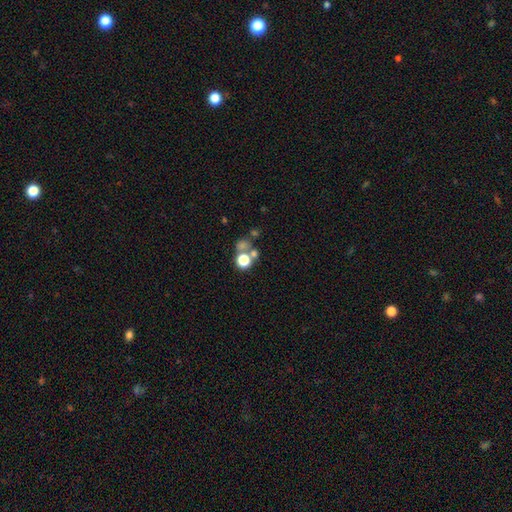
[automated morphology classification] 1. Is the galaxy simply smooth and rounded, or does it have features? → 46% star or artifact, 37% smooth, 17% featured or disk.